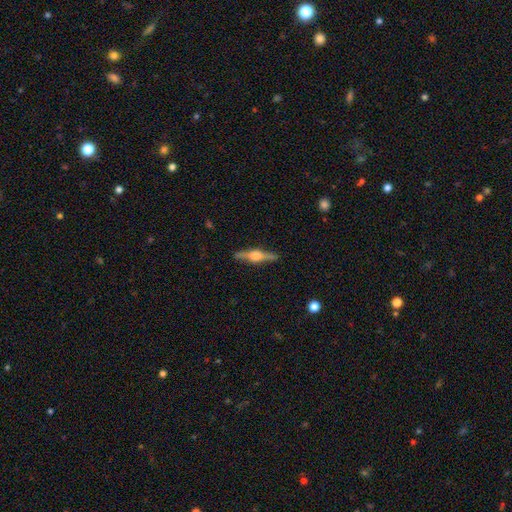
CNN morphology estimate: smooth-or-featured: featured or disk: 77% | smooth: 18% | star or artifact: 6%
  disk-edge-on: yes: 98% | no: 2%
    edge-on-bulge: rounded: 89% | boxy: 9% | none: 2%
  merging: none: 89% | minor disturbance: 8% | major disturbance: 2% | merger: 1%